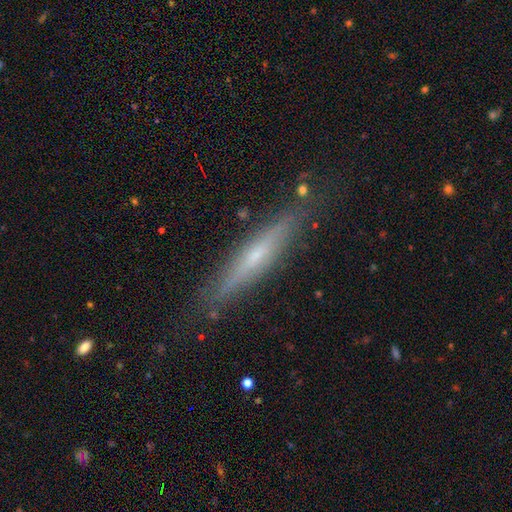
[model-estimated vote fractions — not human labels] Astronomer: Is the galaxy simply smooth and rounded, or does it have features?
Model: featured or disk — 62%.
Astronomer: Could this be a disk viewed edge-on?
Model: yes — 94%.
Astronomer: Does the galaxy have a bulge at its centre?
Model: rounded — 55% (runner-up: none, 38%).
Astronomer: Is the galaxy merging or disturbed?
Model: none — 85%.